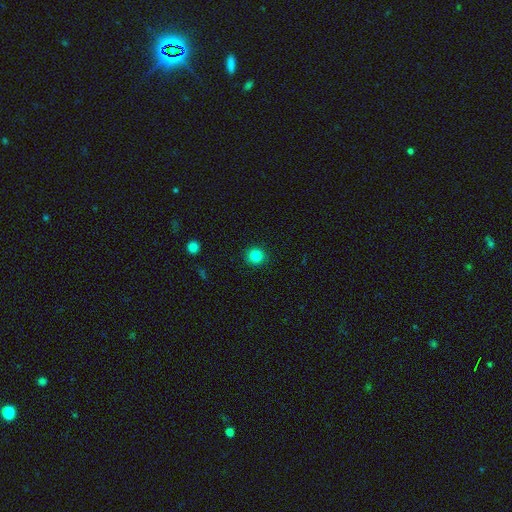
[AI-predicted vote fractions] smooth_or_featured: smooth (p=0.84) [alt: star or artifact p=0.11]
how_rounded: round (p=0.92) [alt: in between p=0.07]
merging: none (p=0.91) [alt: minor disturbance p=0.06]